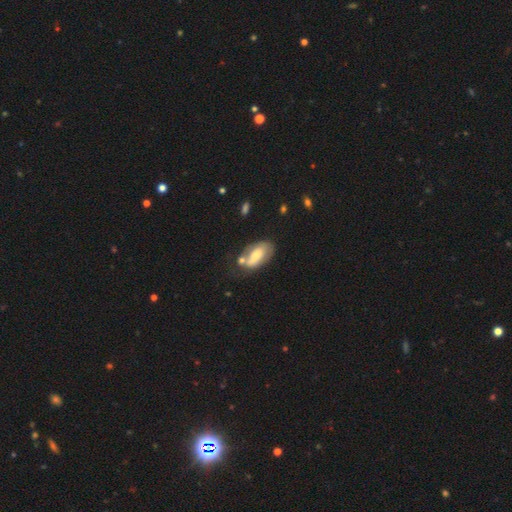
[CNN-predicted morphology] Smooth or featured? smooth (50%)
Merging? none (48%)